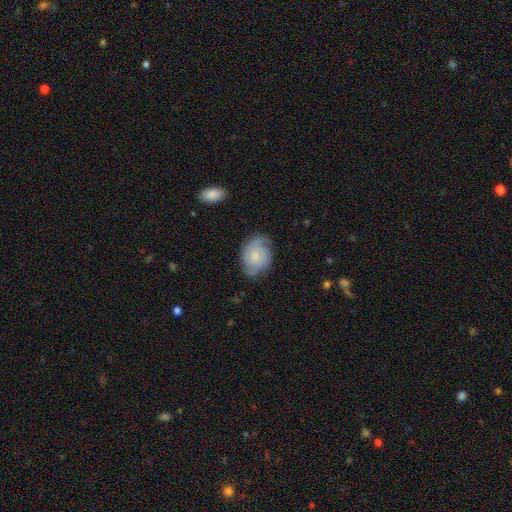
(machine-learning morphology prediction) This appears to be a featured or disk galaxy (59%) with no bar (69%), 2 (52%) medium (43%) spiral arms (90%) and a small central bulge (46%). Merging: none (68%).